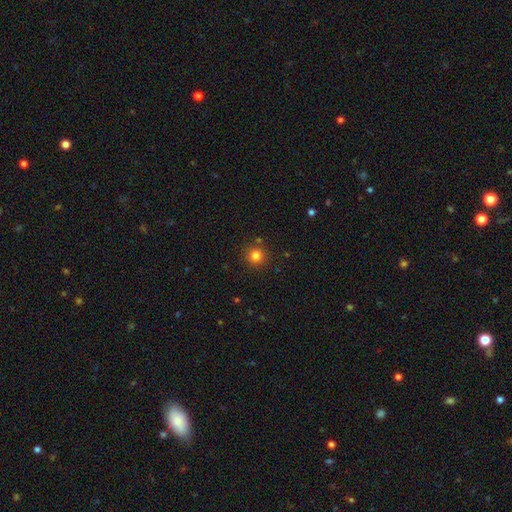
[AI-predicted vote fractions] A smooth galaxy with no disk features (81%) that is round (94%).

Vote fractions:
- Smooth or featured? smooth: 81% / star or artifact: 14% / featured or disk: 5%
- How rounded? round: 94% / in between: 5% / cigar-shaped: 1%
- Merging? none: 88% / minor disturbance: 7% / merger: 3% / major disturbance: 2%